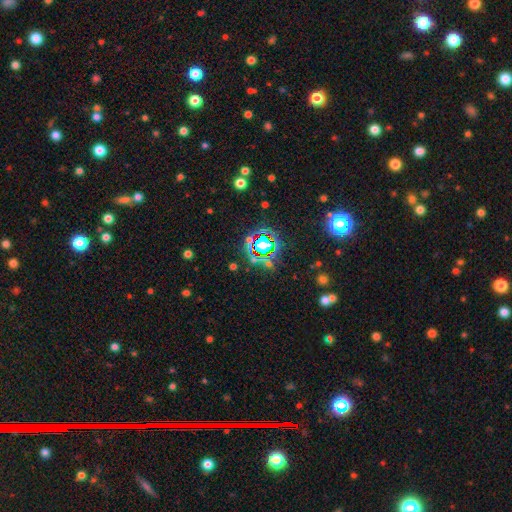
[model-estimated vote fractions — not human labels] This appears to be a star or artifact, not a galaxy (75%).